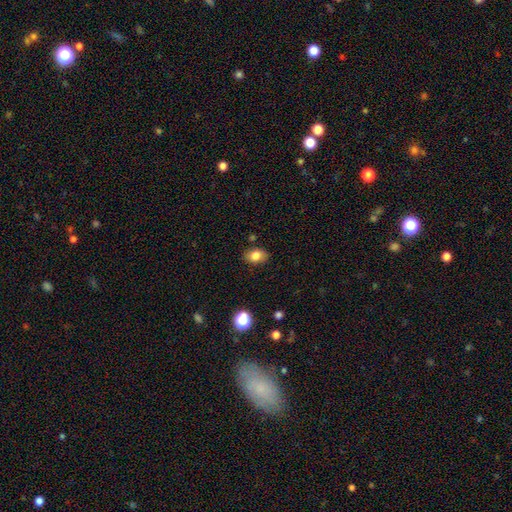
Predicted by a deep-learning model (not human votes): A smooth galaxy with no disk features (81%) that is in between round and cigar-shaped (79%). Merging: none (83%).